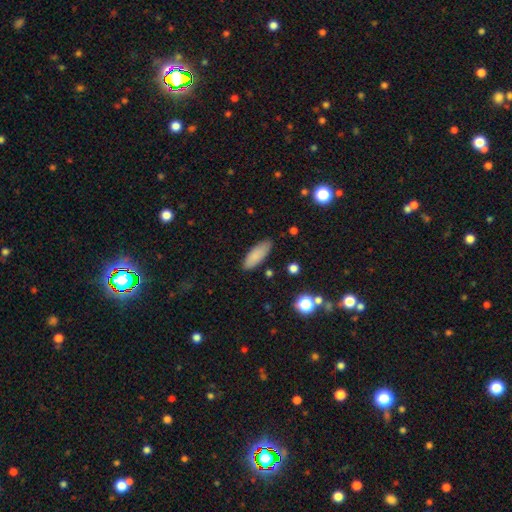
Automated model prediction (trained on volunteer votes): Smooth or featured?
  - smooth: 85% *
  - star or artifact: 7%
  - featured or disk: 7%
How rounded?
  - in between: 65% *
  - cigar-shaped: 34%
  - round: 2%
Merging?
  - none: 84% *
  - minor disturbance: 12%
  - major disturbance: 2%
  - merger: 2%